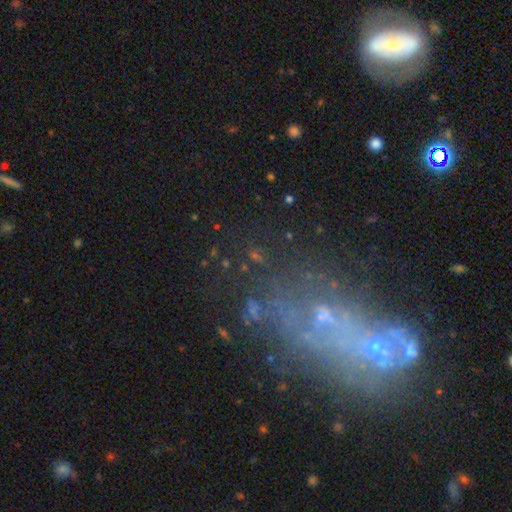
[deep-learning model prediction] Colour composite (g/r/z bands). It shows a star or artifact, not a galaxy (41%).